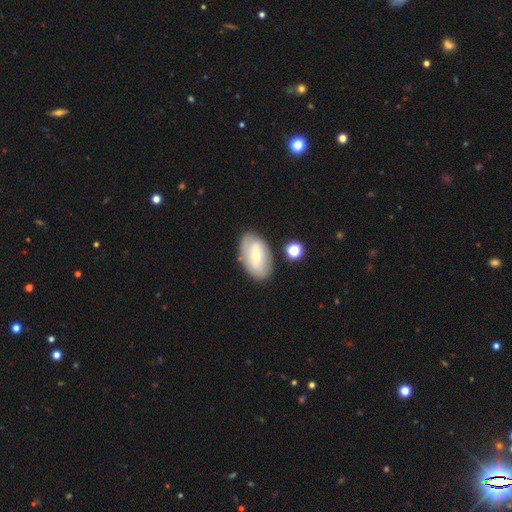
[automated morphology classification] smooth_or_featured: featured or disk (p=0.53) [alt: smooth p=0.40]
disk_edge_on: no (p=0.91) [alt: yes p=0.09]
merging: none (p=0.77) [alt: minor disturbance p=0.15]